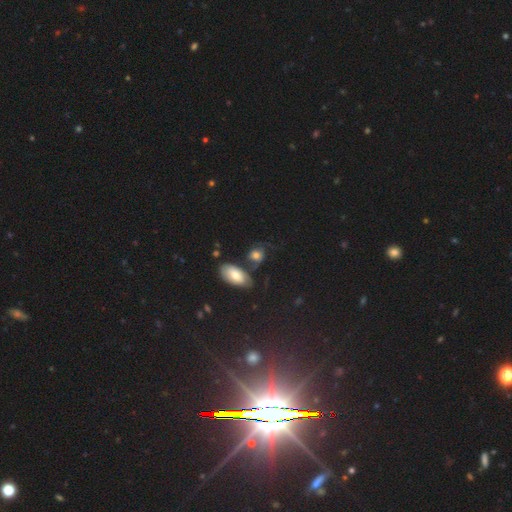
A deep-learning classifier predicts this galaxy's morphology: Smooth or featured?
  - smooth: 57% *
  - star or artifact: 24%
  - featured or disk: 19%
How rounded?
  - in between: 71% *
  - round: 22%
  - cigar-shaped: 6%
Merging?
  - none: 72% *
  - minor disturbance: 13%
  - merger: 10%
  - major disturbance: 5%